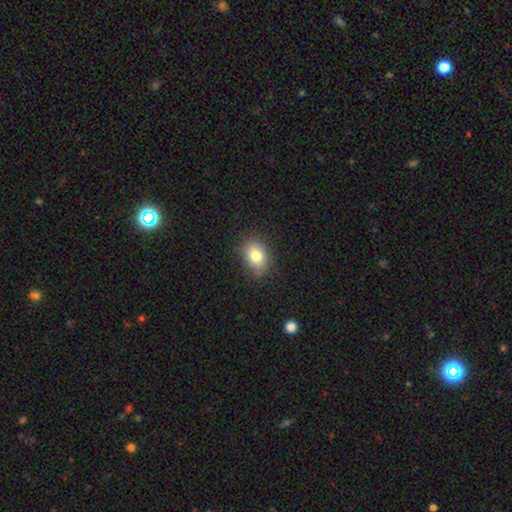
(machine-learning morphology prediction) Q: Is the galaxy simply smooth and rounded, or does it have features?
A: smooth — 80%.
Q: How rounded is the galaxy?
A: in between — 74%.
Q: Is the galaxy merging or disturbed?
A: none — 82%.